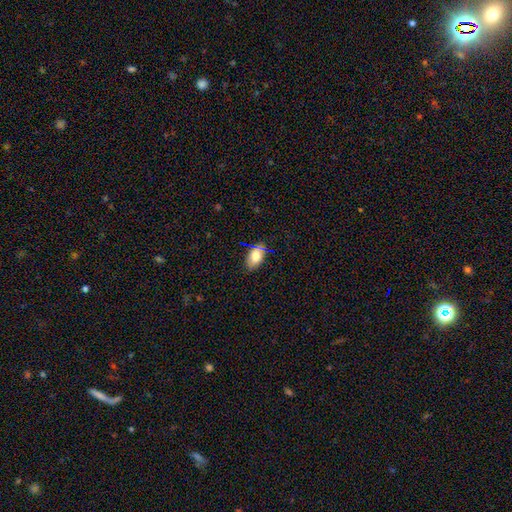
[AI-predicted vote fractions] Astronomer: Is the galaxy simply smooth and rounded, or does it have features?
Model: smooth — 74%.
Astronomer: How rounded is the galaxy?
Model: in between — 87%.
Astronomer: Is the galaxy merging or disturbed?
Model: none — 73%.